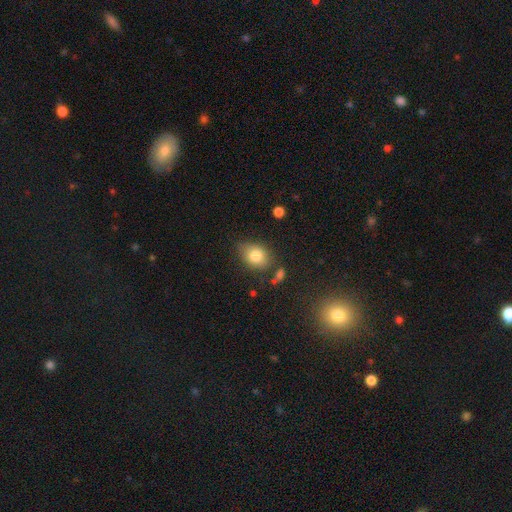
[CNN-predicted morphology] smooth 81%, featured or disk 10%, star or artifact 9%. Down the decision tree: how rounded — in between (66%); merging — none (72%).